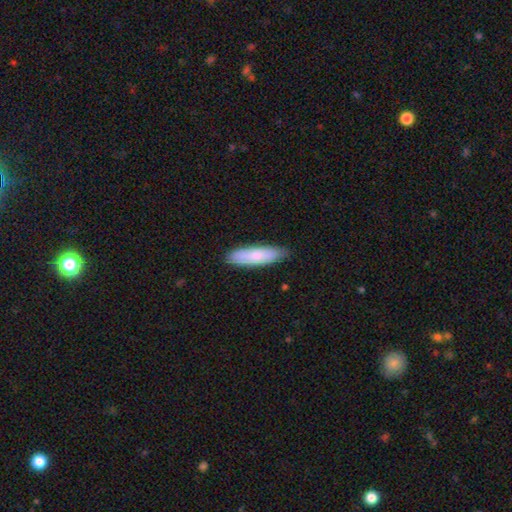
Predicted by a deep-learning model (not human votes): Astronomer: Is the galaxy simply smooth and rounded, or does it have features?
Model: smooth — 80%.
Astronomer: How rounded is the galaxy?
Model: cigar-shaped — 65%.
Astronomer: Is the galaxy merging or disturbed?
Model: none — 86%.